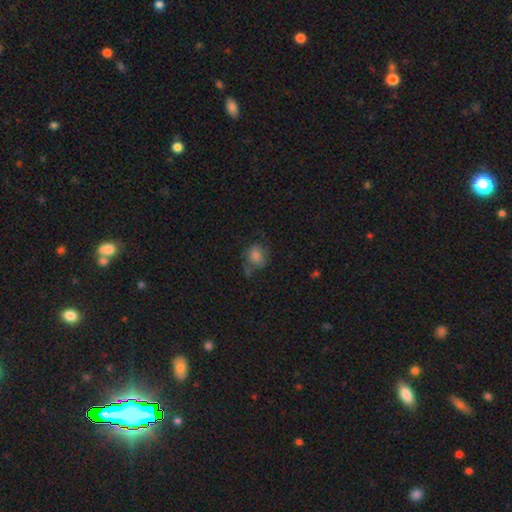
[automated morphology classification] This is likely a smooth galaxy (71%). How rounded: likely round (66%). Merging: possibly none (59%).